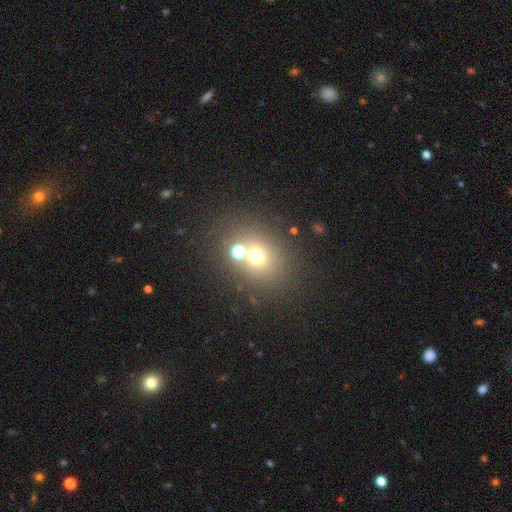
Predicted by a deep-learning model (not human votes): Overall: smooth (62%; star or artifact 25%). How rounded: round (77%). Merging: none (61%; merger 25%).